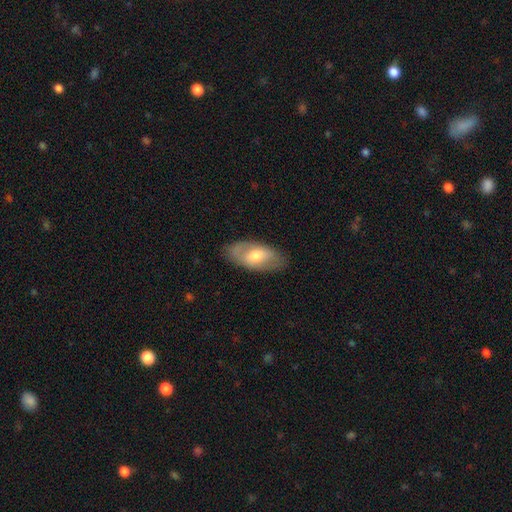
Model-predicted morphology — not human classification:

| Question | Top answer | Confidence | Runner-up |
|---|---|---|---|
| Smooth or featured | smooth | 52% | featured or disk (42%) |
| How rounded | in between | 91% | cigar-shaped (5%) |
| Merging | none | 80% | minor disturbance (15%) |